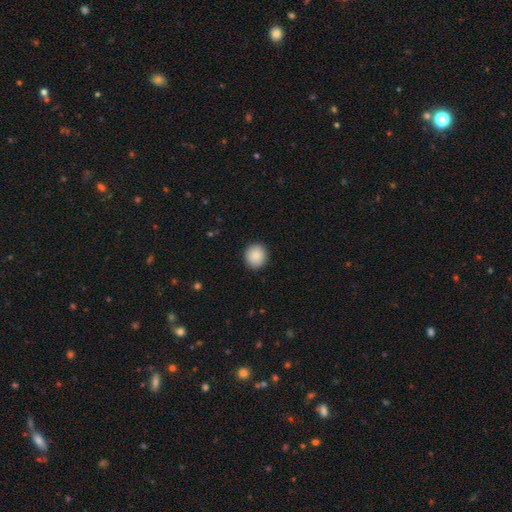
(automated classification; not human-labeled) Smooth or featured? Predicted: smooth (p=0.89). How rounded? Predicted: round (p=0.88). Merging? Predicted: none (p=0.91).